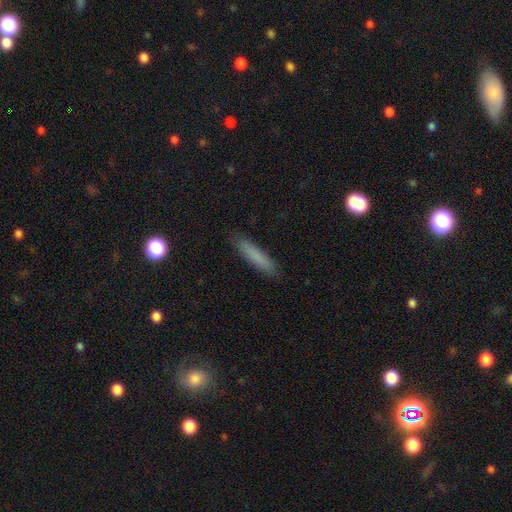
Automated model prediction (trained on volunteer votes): Overall: smooth (80%). How rounded: cigar-shaped (87%). Merging: none (89%).